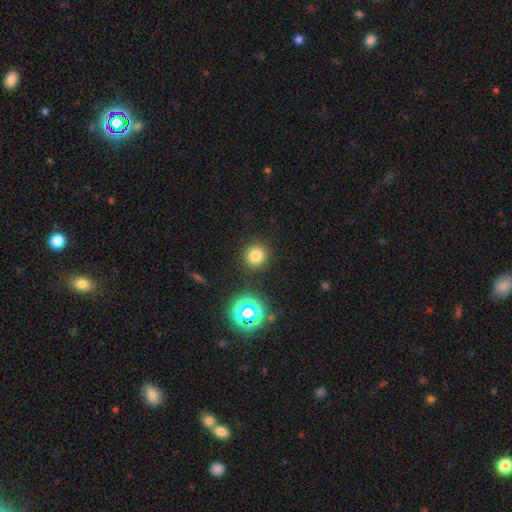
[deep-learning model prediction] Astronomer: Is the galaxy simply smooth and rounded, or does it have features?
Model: smooth — 75%.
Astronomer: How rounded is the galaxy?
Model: round — 93%.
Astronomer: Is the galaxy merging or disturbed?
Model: none — 89%.